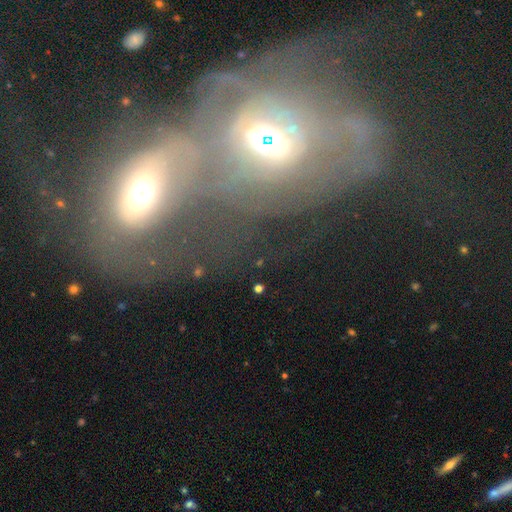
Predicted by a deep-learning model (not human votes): featured or disk 55%, smooth 30%, star or artifact 15%. Down the decision tree: edge-on disk — no (92%); bar — no (68%); spiral arms — no (55%); bulge size — moderate (53%); merging — merger (80%).